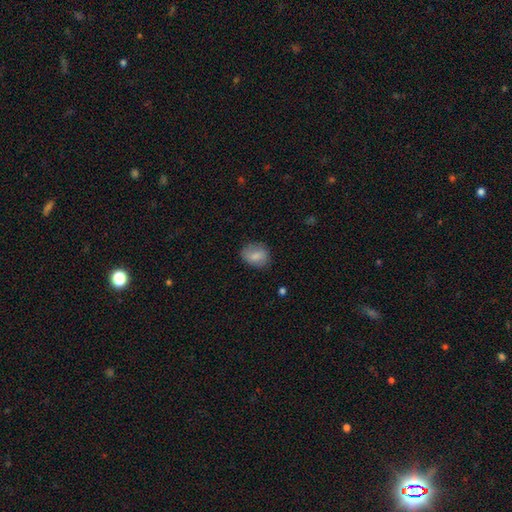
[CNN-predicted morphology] Smooth or featured? smooth (78%)
How rounded? in between (59%)
Merging? none (78%)